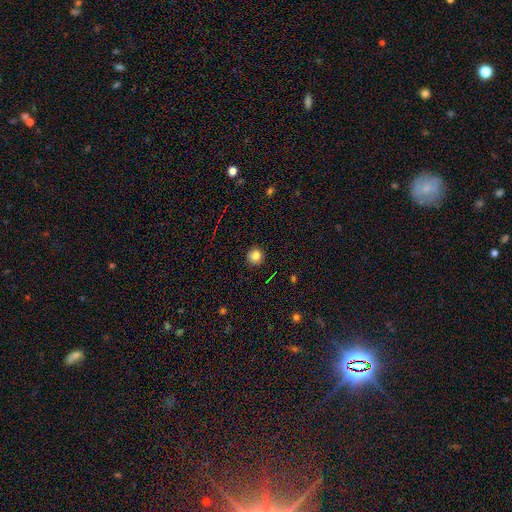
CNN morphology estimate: This is clearly a smooth galaxy (83%). How rounded: clearly round (92%). Merging: clearly none (90%).